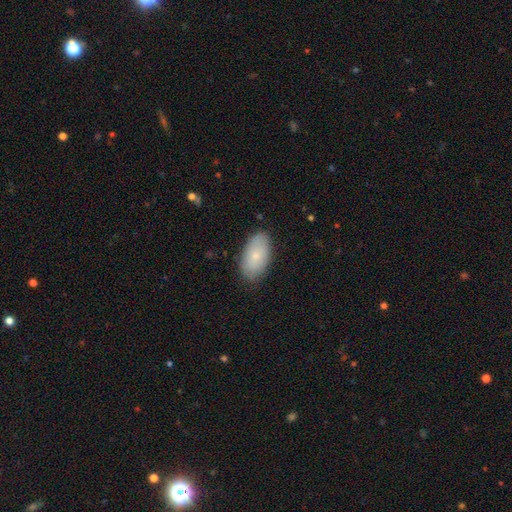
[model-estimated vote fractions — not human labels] smooth 74%, featured or disk 19%, star or artifact 7%. Down the decision tree: how rounded — in between (94%); merging — none (83%).